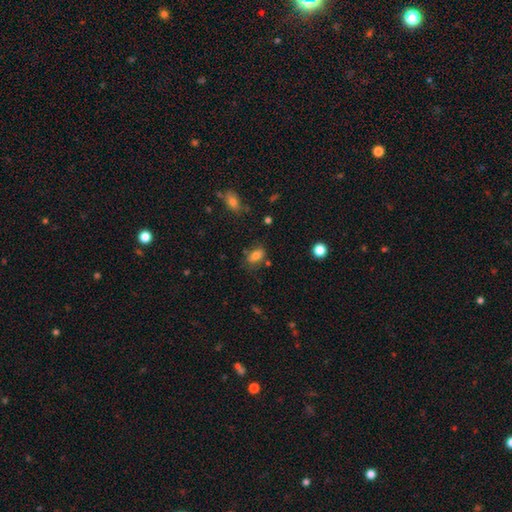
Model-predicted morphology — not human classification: Smooth or featured?
  - smooth: 79% *
  - featured or disk: 11%
  - star or artifact: 10%
How rounded?
  - in between: 86% *
  - round: 11%
  - cigar-shaped: 3%
Merging?
  - none: 69% *
  - minor disturbance: 20%
  - merger: 6%
  - major disturbance: 6%